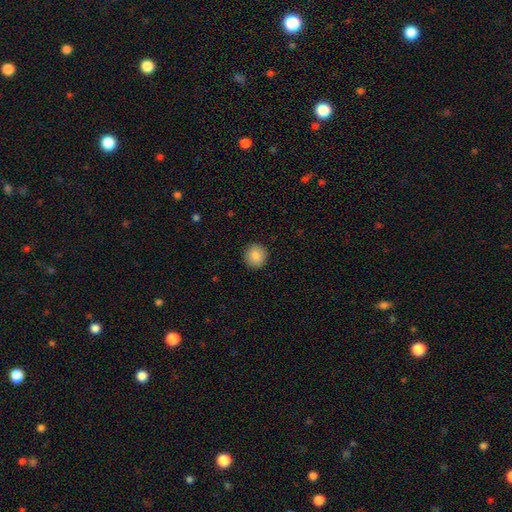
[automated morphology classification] Smooth or featured: smooth — 88% (star or artifact — 8%)
How rounded: round — 90% (in between — 9%)
Merging: none — 91% (minor disturbance — 6%)